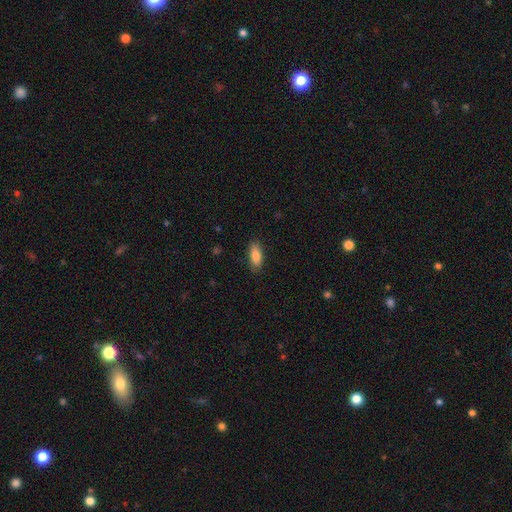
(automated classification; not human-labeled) smooth_or_featured: smooth (p=0.83) [alt: featured or disk p=0.11]
how_rounded: in between (p=0.80) [alt: cigar-shaped p=0.17]
merging: none (p=0.87) [alt: minor disturbance p=0.10]